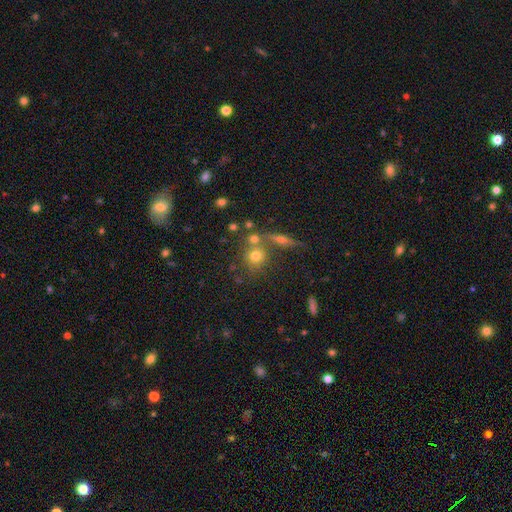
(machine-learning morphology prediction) The model was most divided on "merging": none: 61%, merger: 25%, minor disturbance: 10%, major disturbance: 5%. More confident: how rounded — round (83%); smooth or featured — smooth (68%).